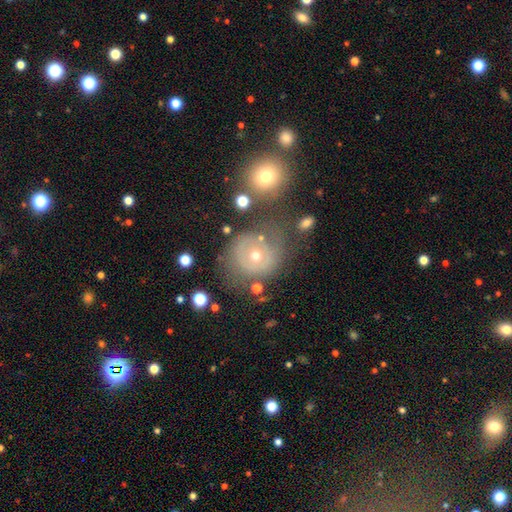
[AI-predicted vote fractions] Smooth or featured: smooth — 45% (featured or disk — 42%)
Merging: none — 58% (minor disturbance — 18%)